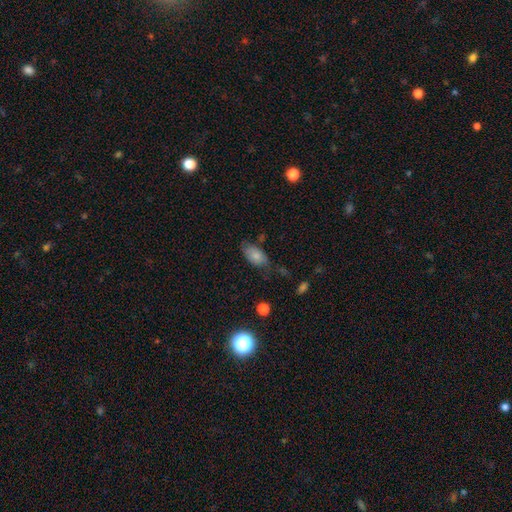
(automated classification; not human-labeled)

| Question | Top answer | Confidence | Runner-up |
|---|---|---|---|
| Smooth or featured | smooth | 78% | featured or disk (14%) |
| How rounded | in between | 92% | round (4%) |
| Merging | none | 60% | minor disturbance (27%) |